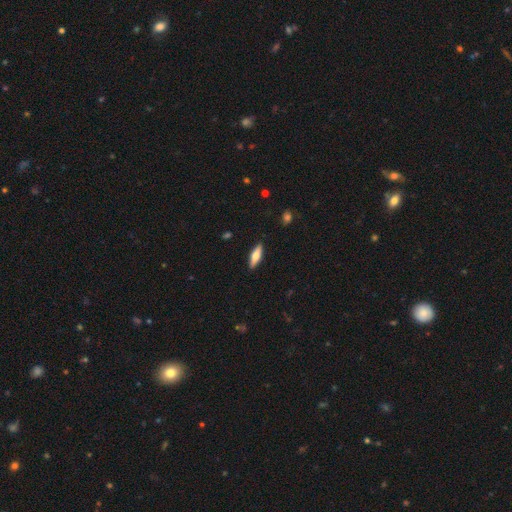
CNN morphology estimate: Smooth or featured?
  - smooth: 64% *
  - featured or disk: 31%
  - star or artifact: 6%
How rounded?
  - cigar-shaped: 50% *
  - in between: 48%
  - round: 2%
Merging?
  - none: 89% *
  - minor disturbance: 8%
  - major disturbance: 2%
  - merger: 1%